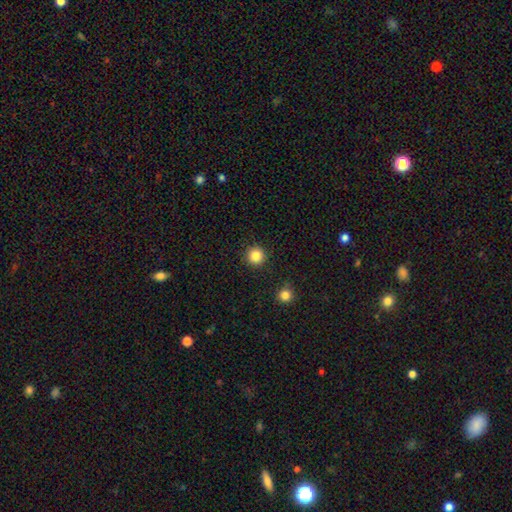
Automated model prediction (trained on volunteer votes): smooth 85%, star or artifact 11%, featured or disk 4%. Down the decision tree: how rounded — round (95%); merging — none (91%).